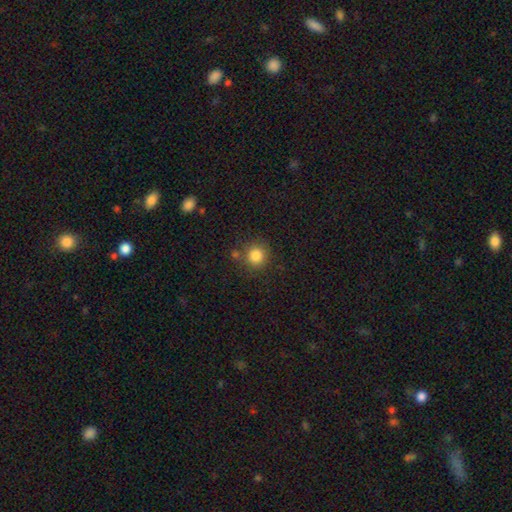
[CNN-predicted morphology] Smooth or featured? Predicted: smooth (p=0.84). How rounded? Predicted: round (p=0.90). Merging? Predicted: none (p=0.78).